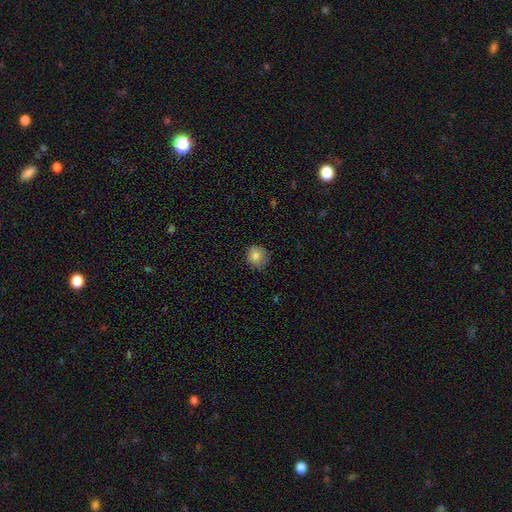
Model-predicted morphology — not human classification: smooth-or-featured: smooth: 82% | star or artifact: 10% | featured or disk: 8%
  how-rounded: round: 83% | in between: 16% | cigar-shaped: 1%
  merging: none: 70% | minor disturbance: 23% | major disturbance: 6% | merger: 1%